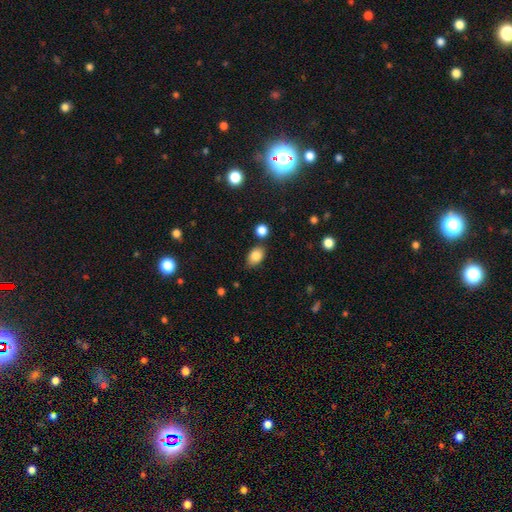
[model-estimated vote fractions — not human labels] The model was most divided on "merging": none: 75%, minor disturbance: 15%, merger: 7%, major disturbance: 3%. More confident: smooth or featured — smooth (85%); how rounded — in between (82%).